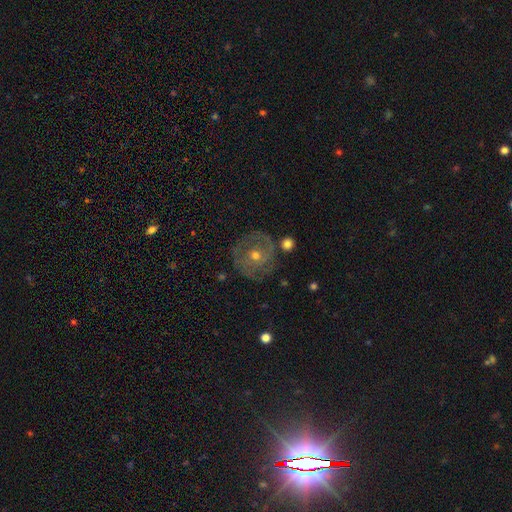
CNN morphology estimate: Smooth or featured?
  - featured or disk: 69% *
  - smooth: 22%
  - star or artifact: 9%
Edge-on disk?
  - no: 97% *
  - yes: 3%
Bar?
  - no: 76% *
  - weak: 19%
  - strong: 5%
Spiral arms?
  - yes: 72% *
  - no: 28%
Bulge size?
  - moderate: 54% *
  - small: 42%
  - large: 2%
  - none: 1%
  - dominant: 1%
Merging?
  - none: 75% *
  - minor disturbance: 15%
  - major disturbance: 7%
  - merger: 3%